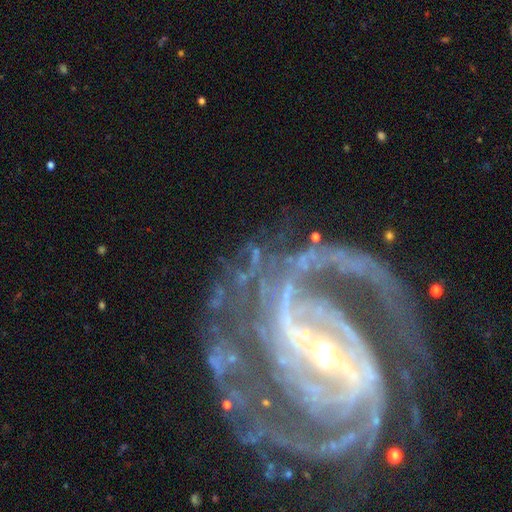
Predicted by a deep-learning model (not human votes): Smooth or featured?
  - featured or disk: 75% *
  - star or artifact: 16%
  - smooth: 9%
Edge-on disk?
  - no: 96% *
  - yes: 4%
Bar?
  - no: 37% *
  - strong: 33%
  - weak: 30%
Spiral arms?
  - yes: 88% *
  - no: 12%
Spiral winding?
  - tight: 42% *
  - medium: 35%
  - loose: 22%
Spiral arm count?
  - 2: 29% *
  - can't tell: 23%
  - 3: 15%
  - 1: 12%
  - 4: 11%
  - more than 4: 11%
Bulge size?
  - small: 64% *
  - moderate: 18%
  - none: 12%
  - large: 4%
  - dominant: 2%
Merging?
  - none: 54% *
  - major disturbance: 24%
  - minor disturbance: 16%
  - merger: 6%